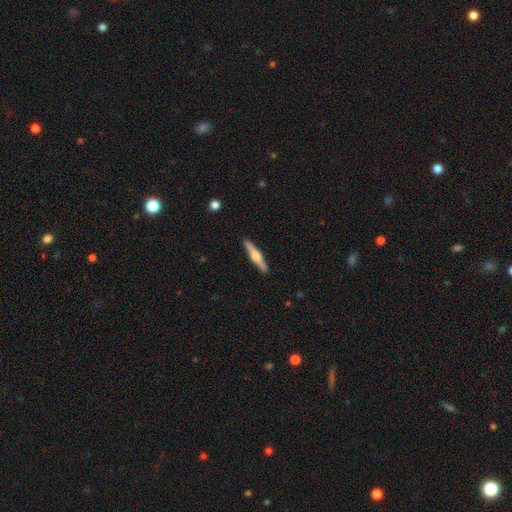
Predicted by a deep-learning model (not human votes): Overall: featured or disk (61%; smooth 33%). Edge-on disk: yes (97%). Edge-on bulge: rounded (91%). Merging: none (91%).